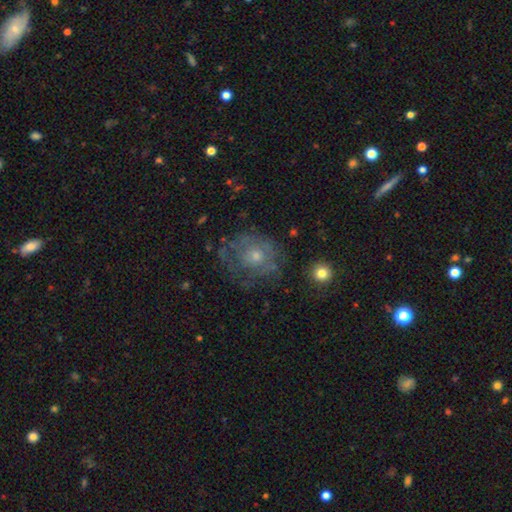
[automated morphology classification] Smooth or featured: featured or disk — 50% (smooth — 39%)
Merging: none — 53% (minor disturbance — 23%)